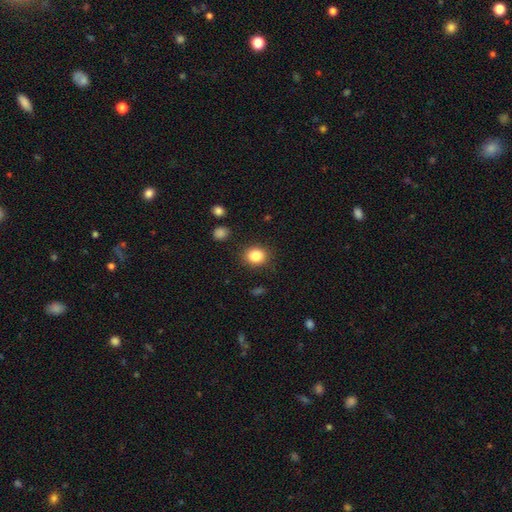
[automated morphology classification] smooth_or_featured: smooth (p=0.85) [alt: star or artifact p=0.10]
how_rounded: round (p=0.67) [alt: in between p=0.32]
merging: none (p=0.87) [alt: minor disturbance p=0.09]